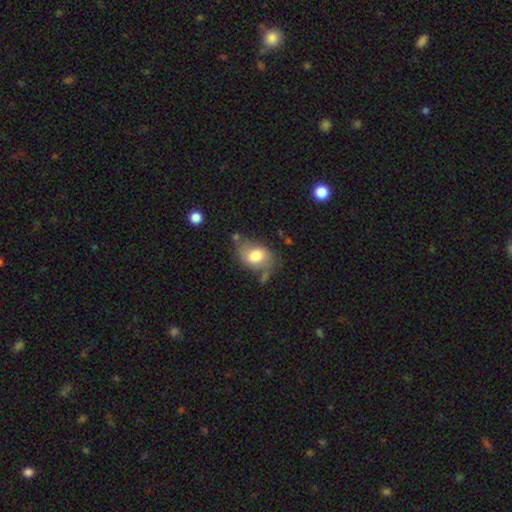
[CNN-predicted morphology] The model was most divided on "merging": none: 50%, minor disturbance: 28%, major disturbance: 13%, merger: 9%. More confident: how rounded — in between (78%); smooth or featured — smooth (63%).